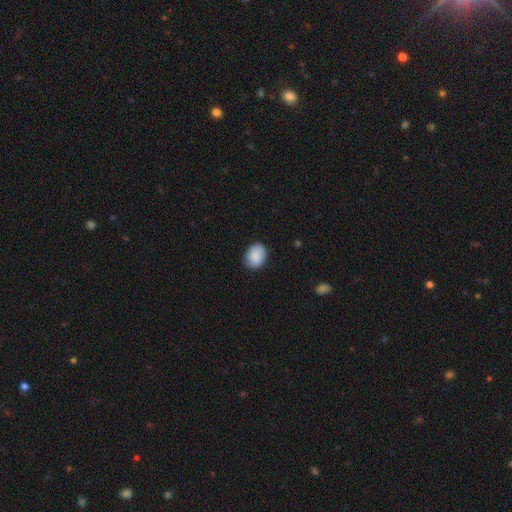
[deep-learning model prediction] This appears to be a smooth galaxy with no disk features (86%) that is in between round and cigar-shaped (58%). Merging: none (83%).